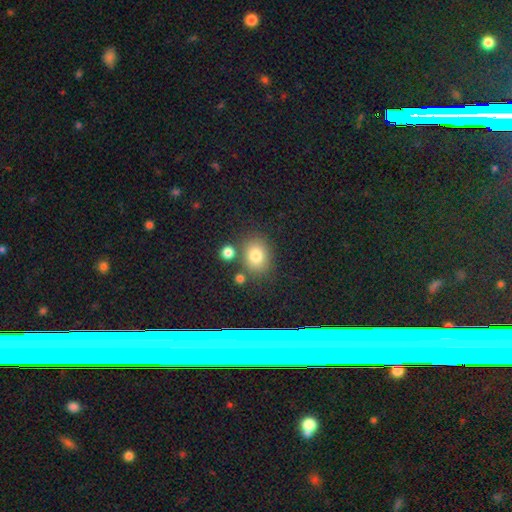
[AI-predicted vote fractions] Smooth or featured? smooth (76%)
How rounded? round (51%)
Merging? none (75%)